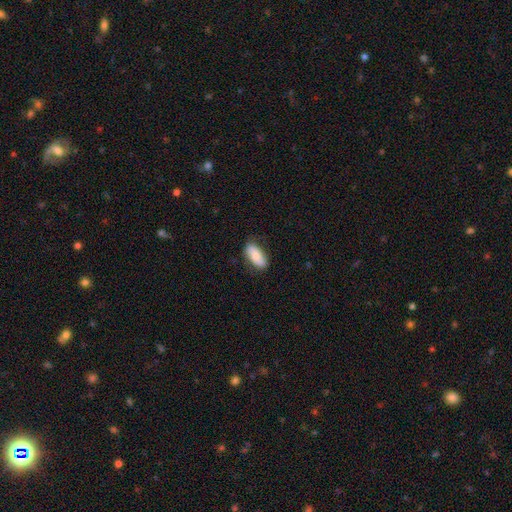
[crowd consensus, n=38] A smooth galaxy with no disk features (79%) that is in between round and cigar-shaped (93%).

Vote fractions:
- Smooth or featured? smooth: 79% / featured or disk: 21% / star or artifact: 0%
- How rounded? in between: 93% / cigar-shaped: 7% / round: 0%
- Merging? none: 74% / minor disturbance: 24% / major disturbance: 3% / merger: 0%